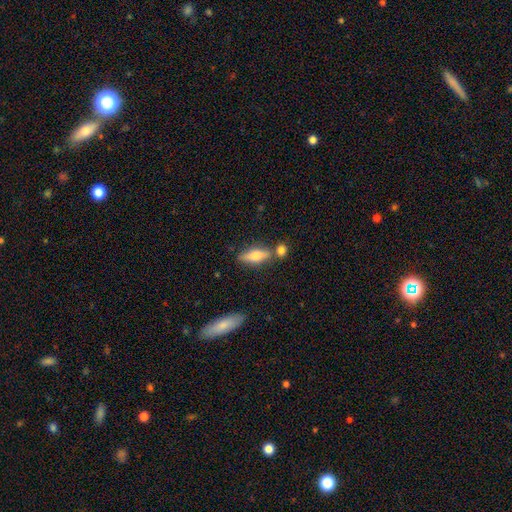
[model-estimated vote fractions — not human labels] Morphology: type=smooth (56%); roundness=in between (54%); merging=none (67%).